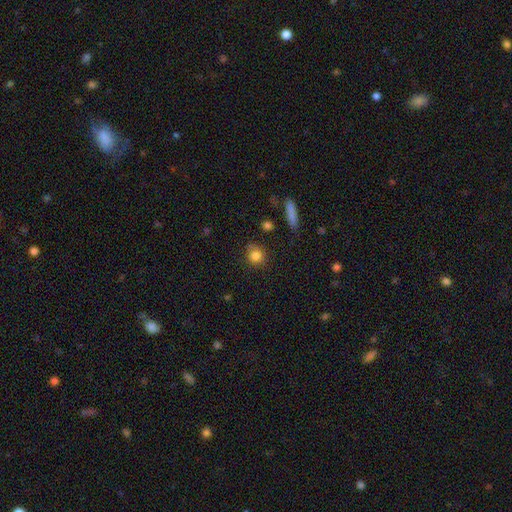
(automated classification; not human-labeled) Smooth or featured? Predicted: smooth (p=0.83). How rounded? Predicted: round (p=0.86). Merging? Predicted: none (p=0.78).